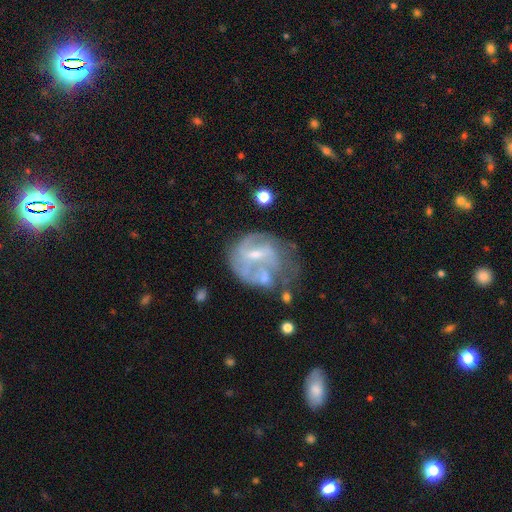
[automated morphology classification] Smooth or featured?
  - featured or disk: 73% *
  - smooth: 19%
  - star or artifact: 9%
Edge-on disk?
  - no: 98% *
  - yes: 2%
Bar?
  - weak: 50% *
  - no: 31%
  - strong: 19%
Spiral arms?
  - yes: 65% *
  - no: 35%
Bulge size?
  - small: 52% *
  - moderate: 30%
  - none: 15%
  - large: 2%
  - dominant: 1%
Merging?
  - none: 36% *
  - major disturbance: 30%
  - minor disturbance: 23%
  - merger: 12%